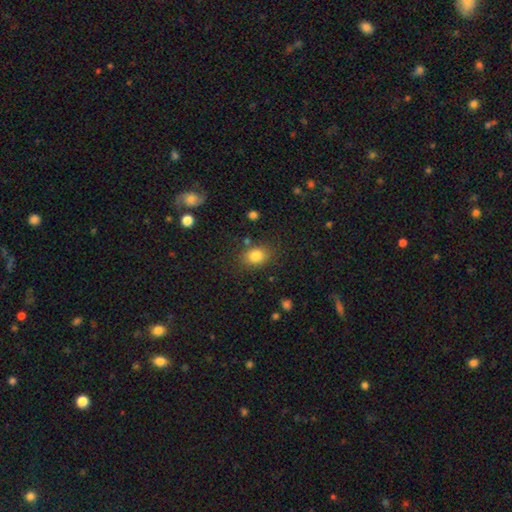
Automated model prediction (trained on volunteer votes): smooth-or-featured: smooth: 82% | star or artifact: 11% | featured or disk: 7%
  how-rounded: in between: 54% | round: 45% | cigar-shaped: 1%
  merging: none: 79% | minor disturbance: 13% | major disturbance: 4% | merger: 4%